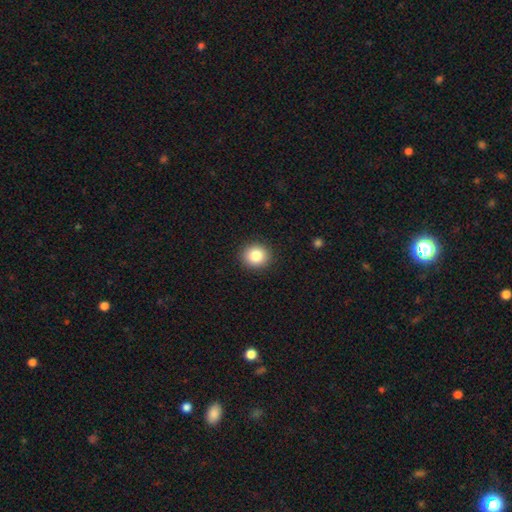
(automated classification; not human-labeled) A smooth galaxy with no disk features (84%) that is round (85%). Merging: none (92%).